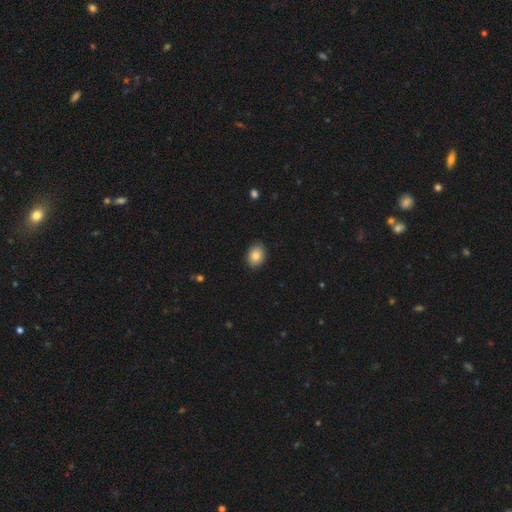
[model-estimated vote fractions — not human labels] Smooth or featured?
  - smooth: 85% *
  - star or artifact: 8%
  - featured or disk: 7%
How rounded?
  - in between: 62% *
  - round: 37%
  - cigar-shaped: 1%
Merging?
  - none: 88% *
  - minor disturbance: 9%
  - major disturbance: 2%
  - merger: 1%